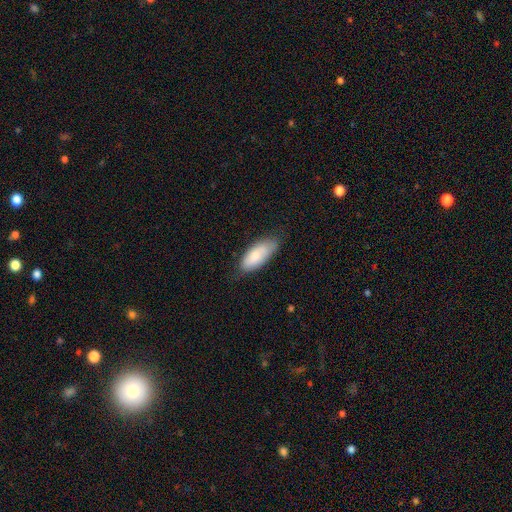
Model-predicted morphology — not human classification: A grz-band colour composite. It shows a smooth galaxy with no disk features (76%) that is in between round and cigar-shaped (84%). Merging: none (70%).